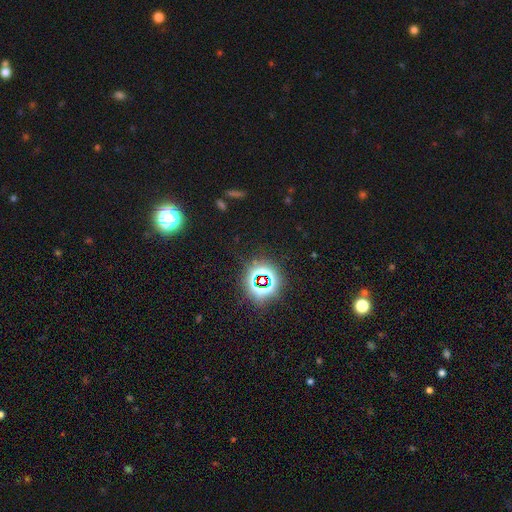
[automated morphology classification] Smooth or featured? star or artifact (82%)